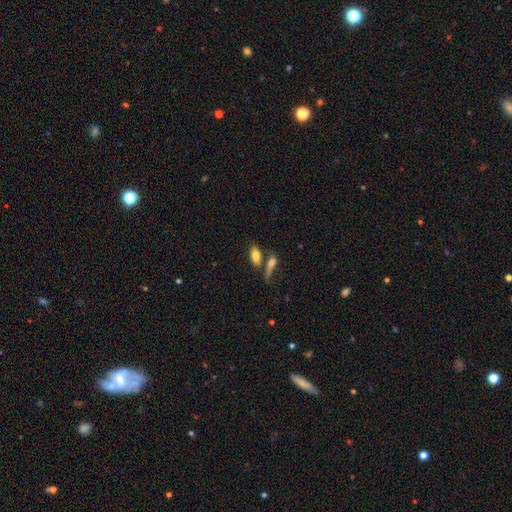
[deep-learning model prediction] A smooth galaxy with no disk features (76%) that is in between round and cigar-shaped (79%). Merging: none (52%).